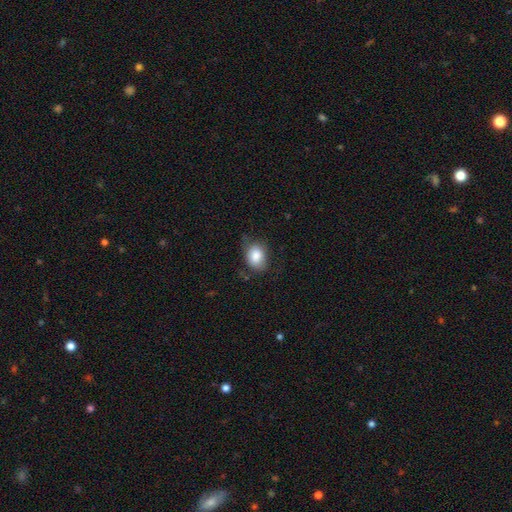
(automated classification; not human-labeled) A smooth galaxy with no disk features (83%) that is in between round and cigar-shaped (68%).

Vote fractions:
- Smooth or featured? smooth: 83% / featured or disk: 9% / star or artifact: 8%
- How rounded? in between: 68% / round: 31% / cigar-shaped: 1%
- Merging? none: 65% / minor disturbance: 26% / major disturbance: 8% / merger: 2%